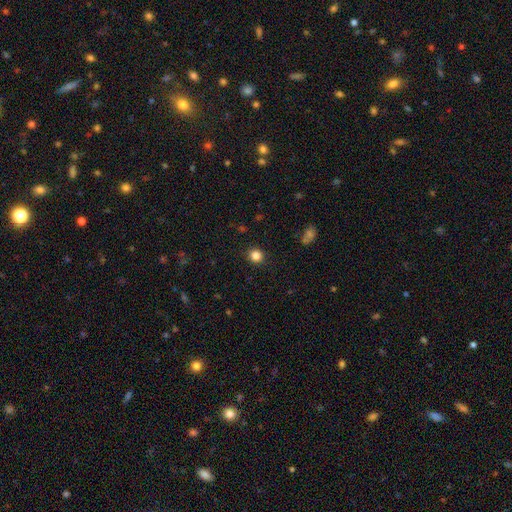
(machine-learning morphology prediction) Smooth or featured: smooth — 84% (star or artifact — 12%)
How rounded: round — 89% (in between — 10%)
Merging: none — 91% (minor disturbance — 6%)